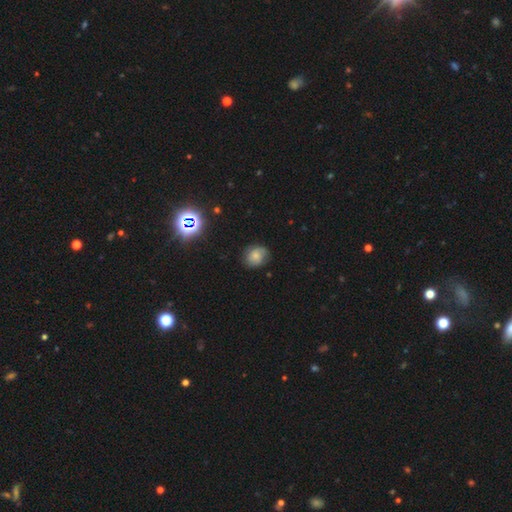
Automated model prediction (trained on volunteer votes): smooth_or_featured: smooth (p=0.67) [alt: featured or disk p=0.21]
how_rounded: round (p=0.66) [alt: in between p=0.33]
merging: none (p=0.74) [alt: minor disturbance p=0.20]